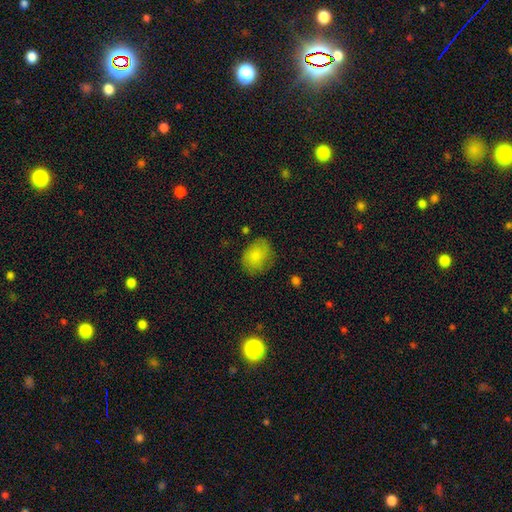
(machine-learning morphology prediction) Q: Smooth or featured?
A: smooth (78%); runner-up: featured or disk (15%)
Q: How rounded?
A: in between (54%); runner-up: round (45%)
Q: Merging?
A: none (69%); runner-up: minor disturbance (23%)